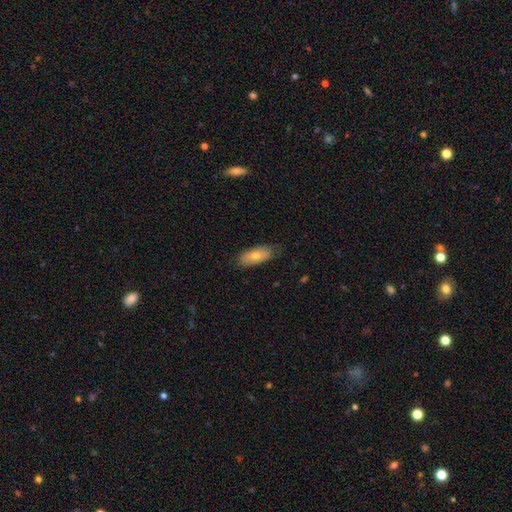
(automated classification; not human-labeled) A smooth galaxy with no disk features (65%) that is in between round and cigar-shaped (79%).

Vote fractions:
- Smooth or featured? smooth: 65% / featured or disk: 27% / star or artifact: 8%
- How rounded? in between: 79% / cigar-shaped: 18% / round: 3%
- Merging? none: 80% / minor disturbance: 16% / major disturbance: 3% / merger: 1%